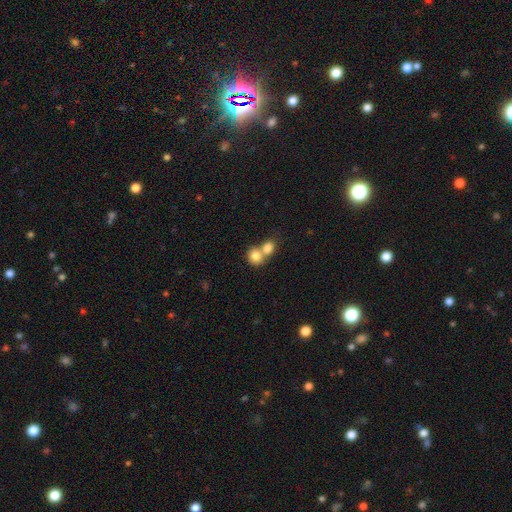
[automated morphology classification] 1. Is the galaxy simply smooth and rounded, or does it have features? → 81% smooth, 10% featured or disk, 9% star or artifact.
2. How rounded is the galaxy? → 72% round, 27% in between, 1% cigar-shaped.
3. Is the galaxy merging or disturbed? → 63% merger, 29% none, 5% minor disturbance, 2% major disturbance.